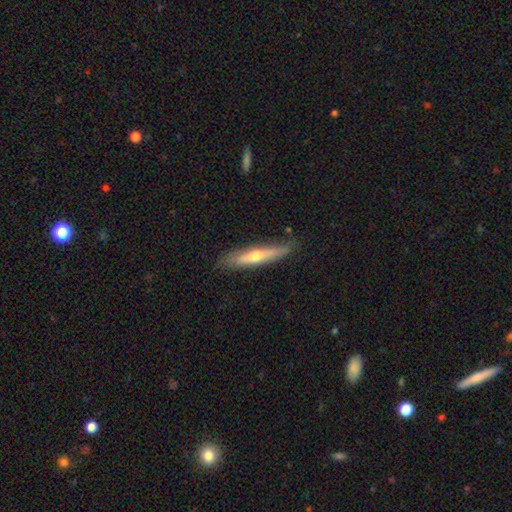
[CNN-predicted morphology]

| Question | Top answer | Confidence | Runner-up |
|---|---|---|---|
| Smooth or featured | featured or disk | 49% | smooth (45%) |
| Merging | none | 81% | minor disturbance (14%) |